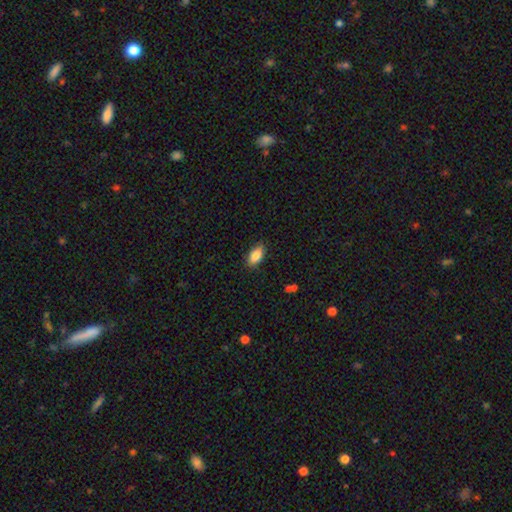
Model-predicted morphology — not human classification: This is clearly a smooth galaxy (85%). How rounded: clearly in between (90%). Merging: clearly none (85%).